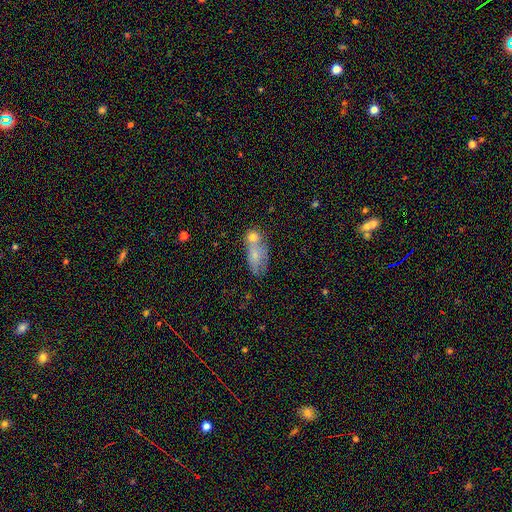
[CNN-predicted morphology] Smooth or featured? smooth (69%)
How rounded? in between (83%)
Merging? merger (41%)